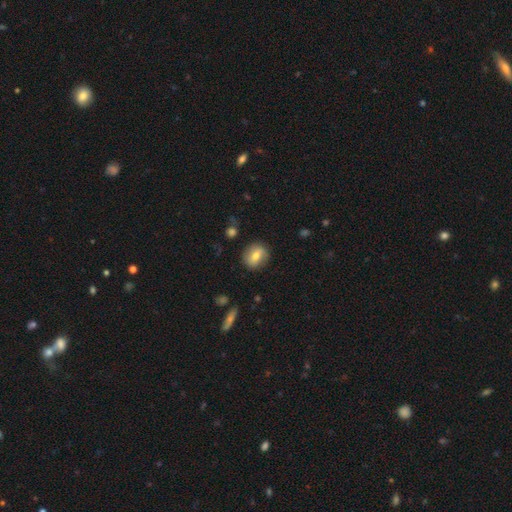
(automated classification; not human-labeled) Q: Smooth or featured?
A: smooth (63%); runner-up: featured or disk (28%)
Q: How rounded?
A: round (71%); runner-up: in between (27%)
Q: Merging?
A: none (84%); runner-up: minor disturbance (12%)